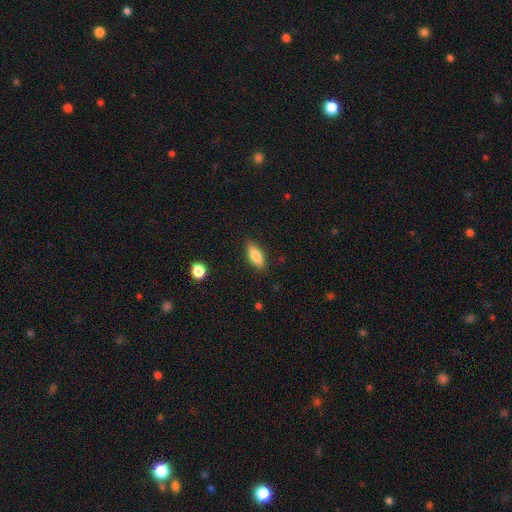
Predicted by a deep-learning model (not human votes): This appears to be a smooth galaxy with no disk features (79%) that is in between round and cigar-shaped (73%). Merging: none (86%).